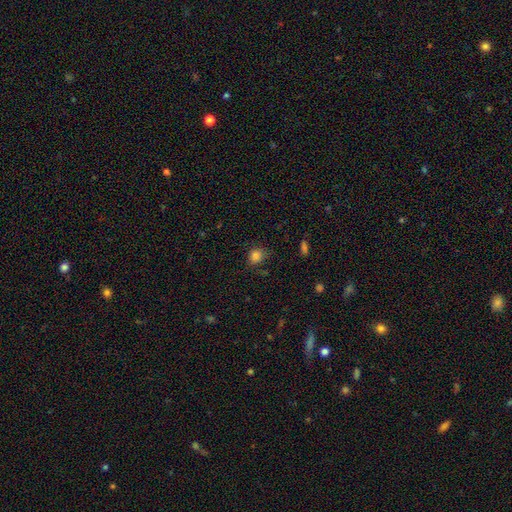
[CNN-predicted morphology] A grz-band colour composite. It shows a smooth galaxy with no disk features (83%) that is round (68%). Merging: none (71%).